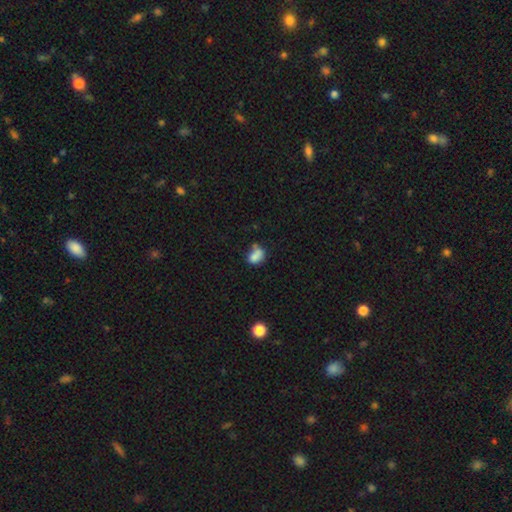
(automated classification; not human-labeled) smooth 76%, featured or disk 13%, star or artifact 11%. Down the decision tree: how rounded — in between (69%); merging — none (36%).